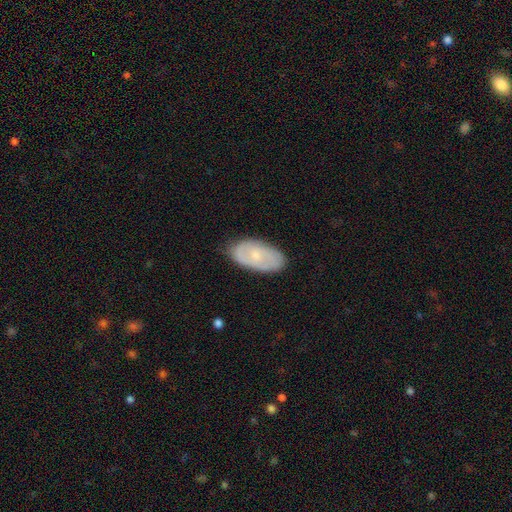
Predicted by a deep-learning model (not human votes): Smooth or featured? Predicted: smooth (p=0.52). How rounded? Predicted: in between (p=0.93). Merging? Predicted: none (p=0.81).